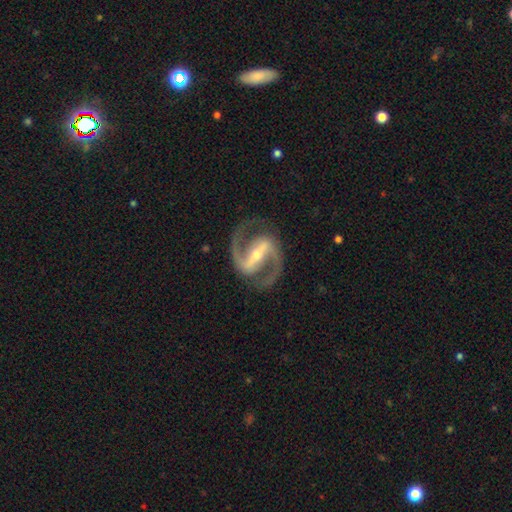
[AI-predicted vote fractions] Smooth or featured? featured or disk (94%)
Edge-on disk? no (97%)
Bar? strong (78%)
Spiral arms? yes (98%)
Spiral winding? medium (65%)
Spiral arm count? 2 (95%)
Bulge size? small (57%)
Merging? none (85%)